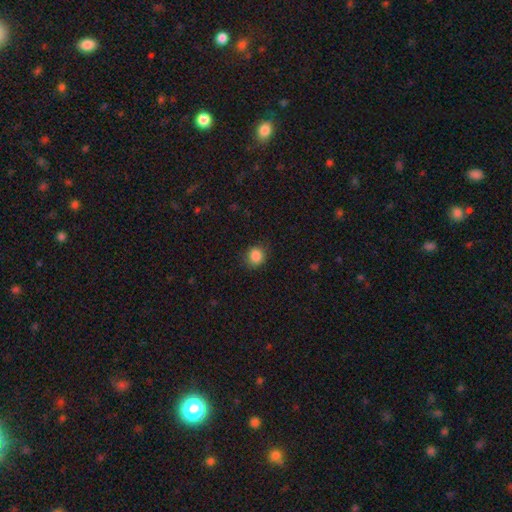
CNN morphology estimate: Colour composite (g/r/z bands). It shows a smooth galaxy with no disk features (87%) that is round (79%). Merging: none (82%).